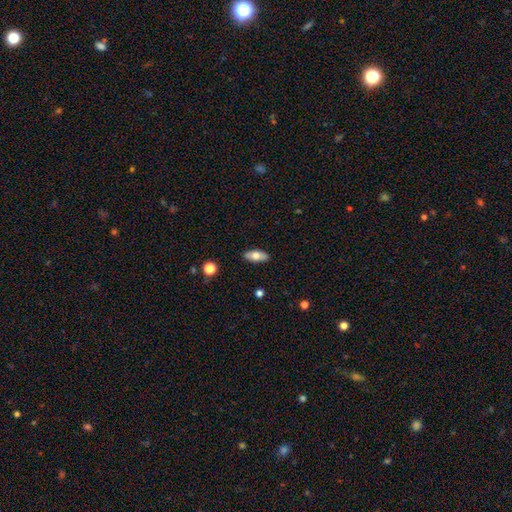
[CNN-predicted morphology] Smooth or featured?
  - smooth: 69% *
  - featured or disk: 24%
  - star or artifact: 7%
How rounded?
  - in between: 82% *
  - cigar-shaped: 15%
  - round: 3%
Merging?
  - none: 88% *
  - minor disturbance: 9%
  - major disturbance: 2%
  - merger: 1%